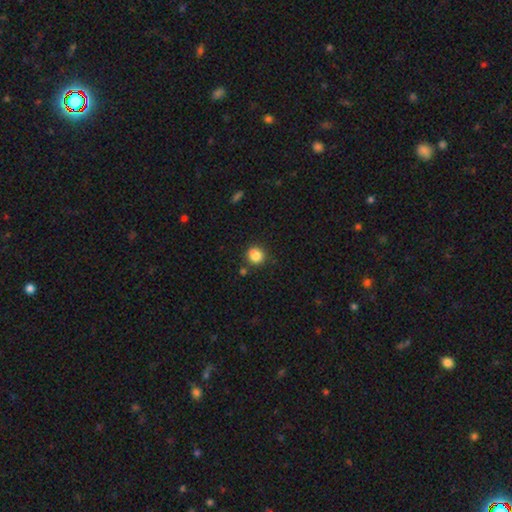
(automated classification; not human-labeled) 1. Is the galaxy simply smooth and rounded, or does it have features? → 85% smooth, 11% star or artifact, 4% featured or disk.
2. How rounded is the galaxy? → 83% round, 16% in between, 1% cigar-shaped.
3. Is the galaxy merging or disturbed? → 80% none, 11% minor disturbance, 5% merger, 3% major disturbance.